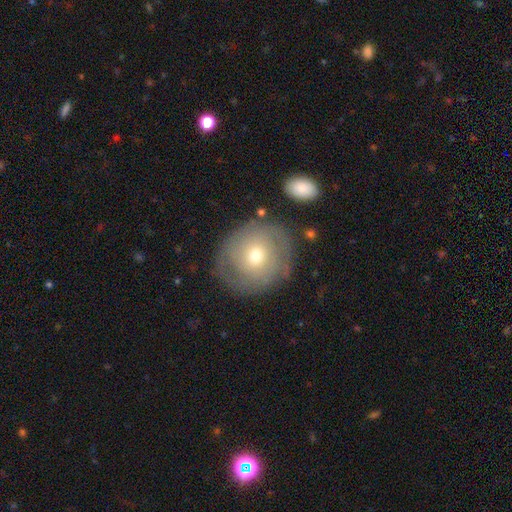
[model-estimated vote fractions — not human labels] A featured or disk galaxy (49%). Merging: none (77%).